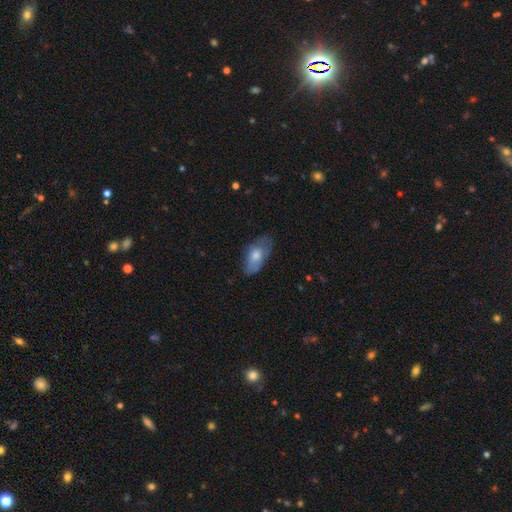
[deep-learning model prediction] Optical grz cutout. It shows a smooth galaxy with no disk features (68%) that is in between round and cigar-shaped (91%). Merging: none (54%).